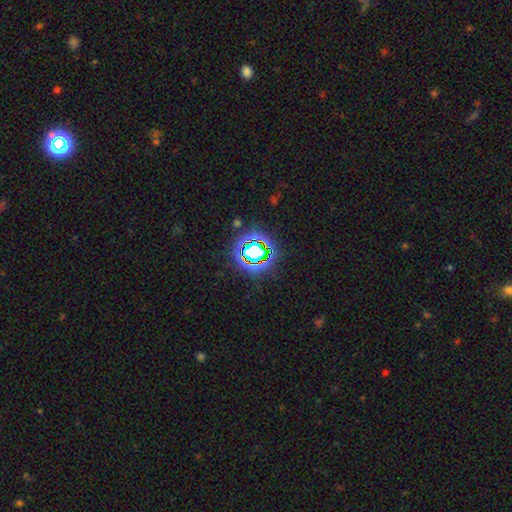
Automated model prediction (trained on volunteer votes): Q: Smooth or featured?
A: star or artifact (73%); runner-up: smooth (17%)